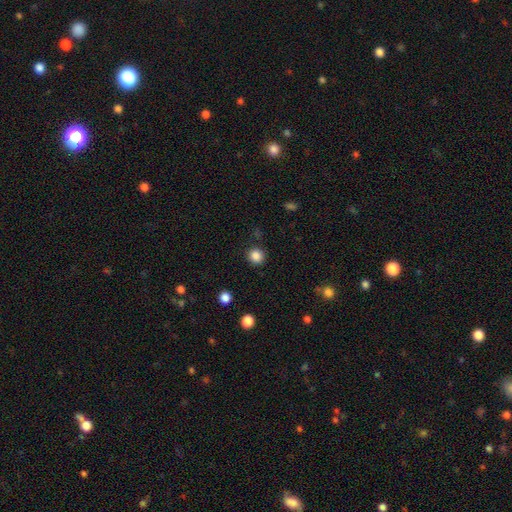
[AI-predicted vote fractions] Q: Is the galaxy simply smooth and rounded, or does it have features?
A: smooth — 85%.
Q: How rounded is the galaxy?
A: round — 90%.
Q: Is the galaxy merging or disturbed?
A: none — 89%.